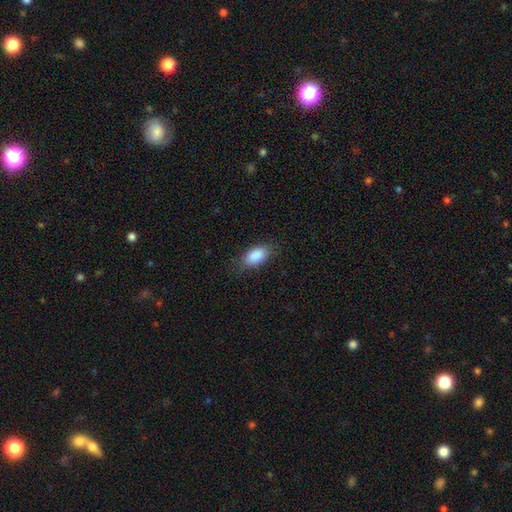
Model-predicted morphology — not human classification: type=smooth (89%); roundness=in between (91%); merging=none (81%).